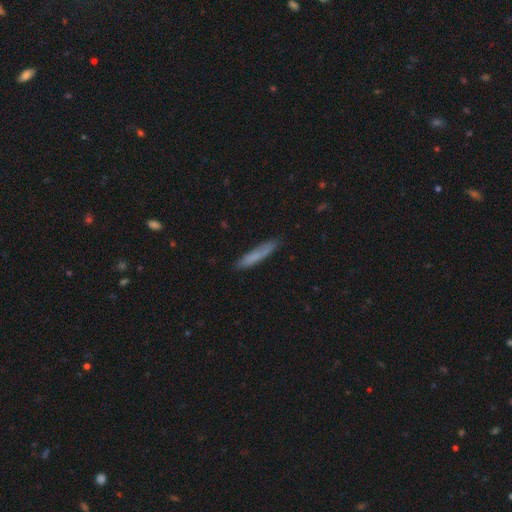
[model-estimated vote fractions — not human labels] Smooth or featured? smooth (74%)
How rounded? cigar-shaped (91%)
Merging? none (79%)